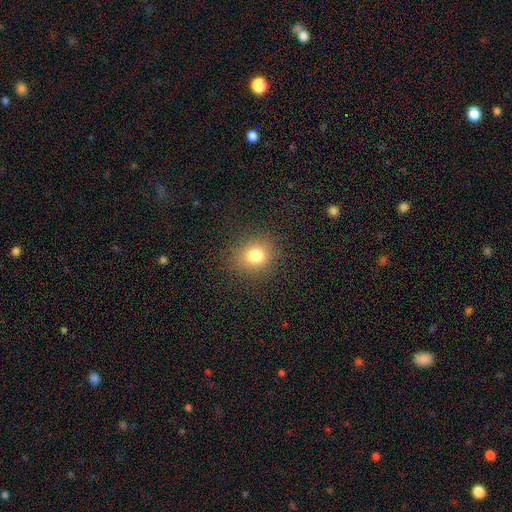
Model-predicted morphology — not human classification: smooth_or_featured: smooth (p=0.80) [alt: star or artifact p=0.13]
how_rounded: round (p=0.69) [alt: in between p=0.30]
merging: none (p=0.84) [alt: minor disturbance p=0.11]